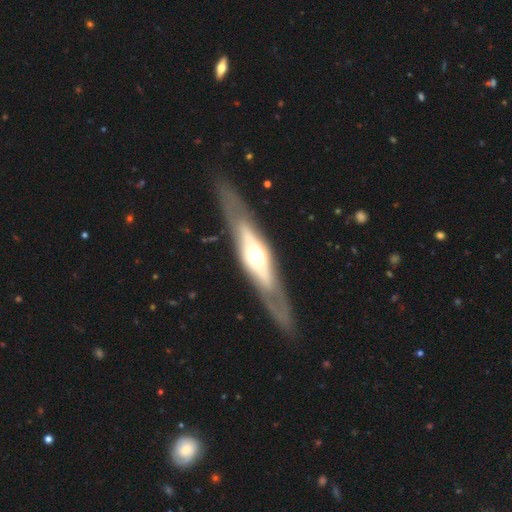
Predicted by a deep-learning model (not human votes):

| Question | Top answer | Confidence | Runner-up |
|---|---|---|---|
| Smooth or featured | featured or disk | 70% | smooth (24%) |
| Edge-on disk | yes | 67% | no (33%) |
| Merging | none | 82% | minor disturbance (11%) |